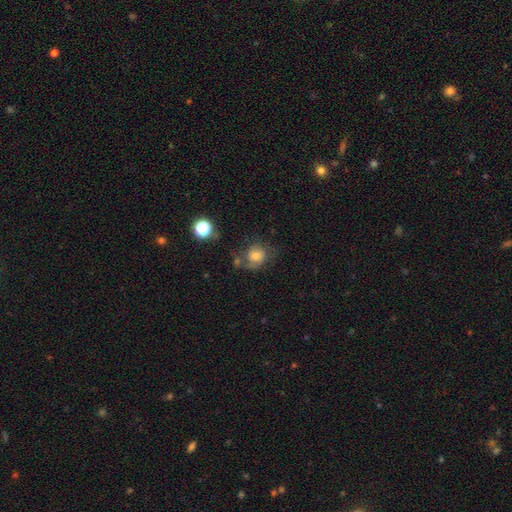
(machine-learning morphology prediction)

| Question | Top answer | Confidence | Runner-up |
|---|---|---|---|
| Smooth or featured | smooth | 60% | featured or disk (26%) |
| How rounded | round | 68% | in between (31%) |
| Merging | none | 48% | minor disturbance (24%) |